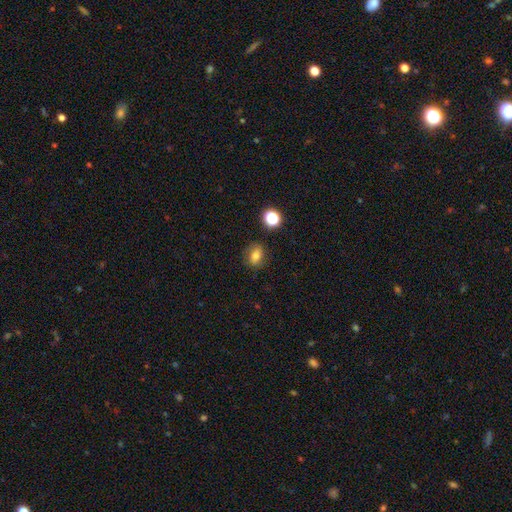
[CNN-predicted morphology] smooth_or_featured: smooth (p=0.73) [alt: star or artifact p=0.14]
how_rounded: in between (p=0.56) [alt: round p=0.43]
merging: none (p=0.82) [alt: minor disturbance p=0.12]